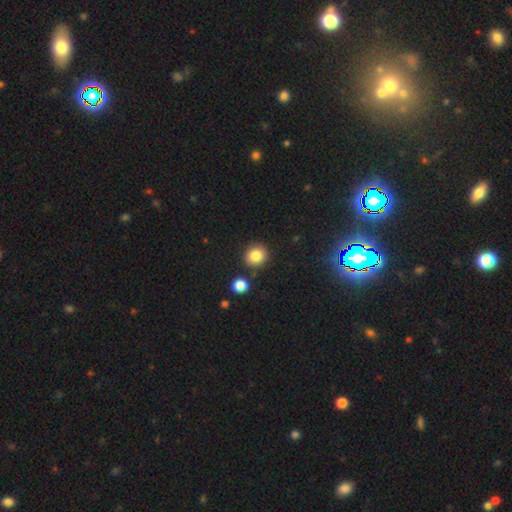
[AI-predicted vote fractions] Smooth or featured? Predicted: smooth (p=0.85). How rounded? Predicted: round (p=0.83). Merging? Predicted: none (p=0.84).